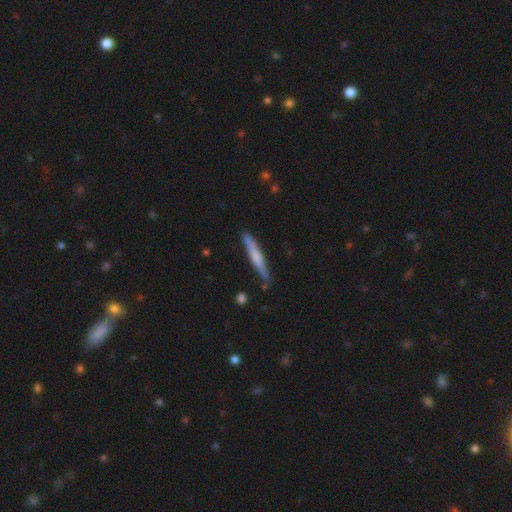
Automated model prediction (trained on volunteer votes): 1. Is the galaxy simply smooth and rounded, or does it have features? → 54% smooth, 41% featured or disk, 5% star or artifact.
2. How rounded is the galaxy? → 95% cigar-shaped, 4% in between, 1% round.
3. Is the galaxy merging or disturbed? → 83% none, 13% minor disturbance, 2% merger, 2% major disturbance.